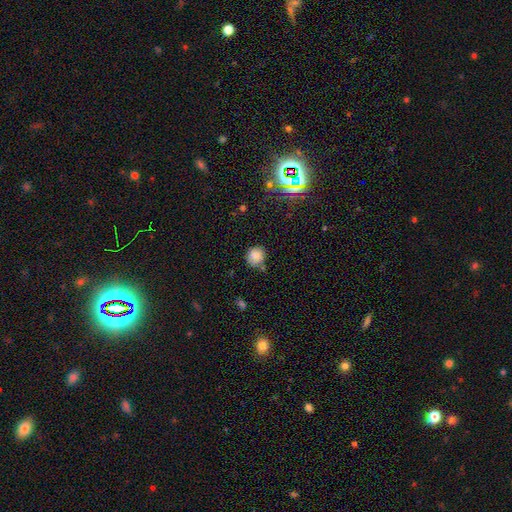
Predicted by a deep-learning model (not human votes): Smooth or featured? Predicted: smooth (p=0.80). How rounded? Predicted: round (p=0.84). Merging? Predicted: none (p=0.70).